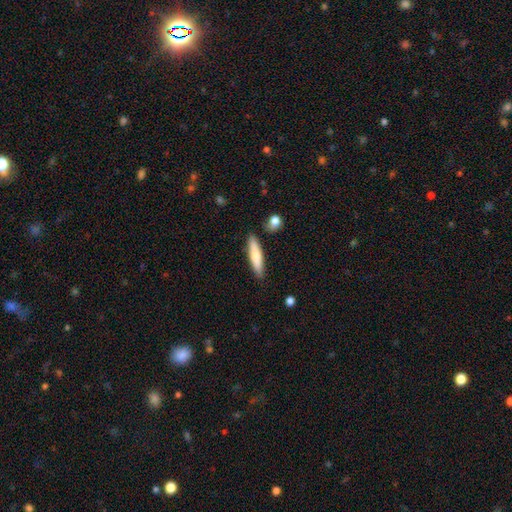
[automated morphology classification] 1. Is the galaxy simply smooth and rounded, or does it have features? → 69% smooth, 26% featured or disk, 6% star or artifact.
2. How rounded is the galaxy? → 80% cigar-shaped, 18% in between, 2% round.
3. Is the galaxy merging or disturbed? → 85% none, 10% minor disturbance, 3% merger, 2% major disturbance.